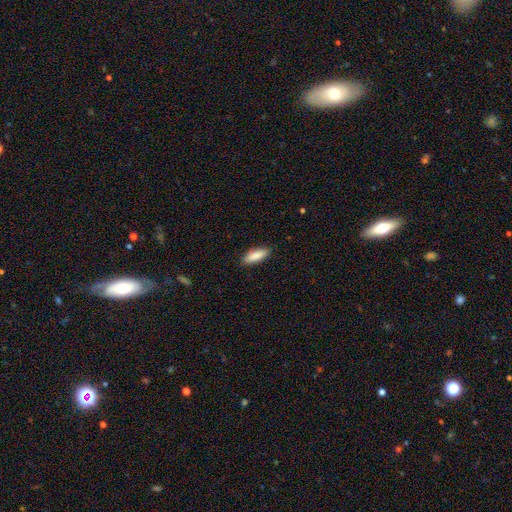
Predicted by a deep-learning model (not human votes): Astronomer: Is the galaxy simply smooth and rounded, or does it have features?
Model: smooth — 87%.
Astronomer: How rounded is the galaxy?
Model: in between — 60% (runner-up: cigar-shaped, 39%).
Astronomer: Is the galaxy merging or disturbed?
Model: none — 88%.